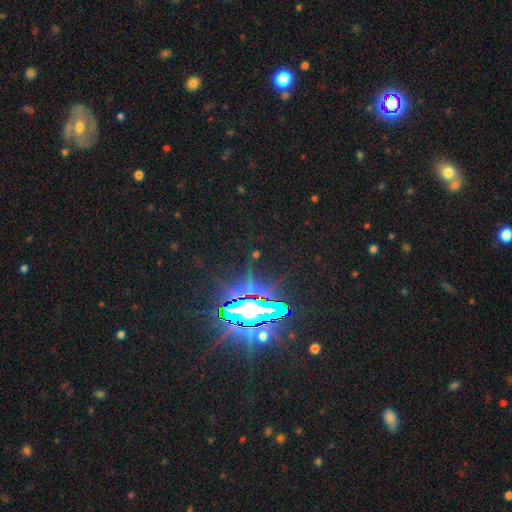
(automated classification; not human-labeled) star or artifact 82%, featured or disk 9%, smooth 9%.